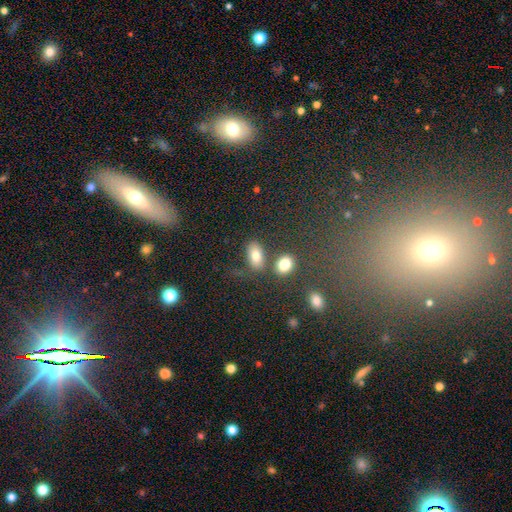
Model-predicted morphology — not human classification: Smooth or featured?
  - smooth: 79% *
  - featured or disk: 10%
  - star or artifact: 10%
How rounded?
  - in between: 87% *
  - round: 10%
  - cigar-shaped: 3%
Merging?
  - none: 59% *
  - merger: 20%
  - minor disturbance: 14%
  - major disturbance: 7%